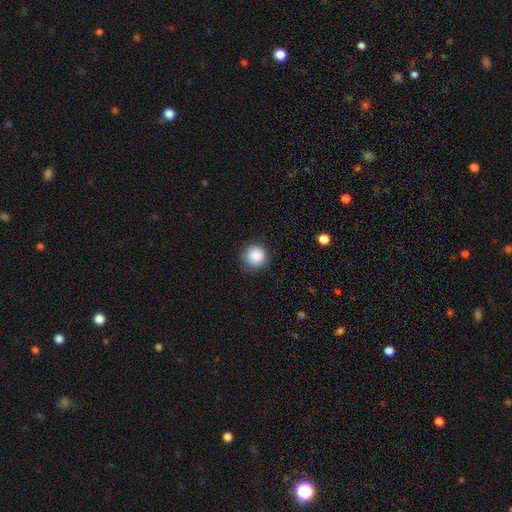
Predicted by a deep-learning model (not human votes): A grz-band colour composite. It shows a smooth galaxy with no disk features (88%) that is round (95%). Merging: none (89%).